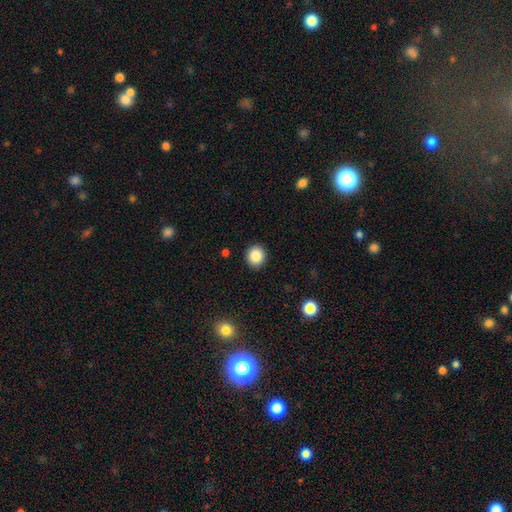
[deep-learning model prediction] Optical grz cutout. It shows a smooth galaxy with no disk features (86%) that is round (87%). Merging: none (91%).